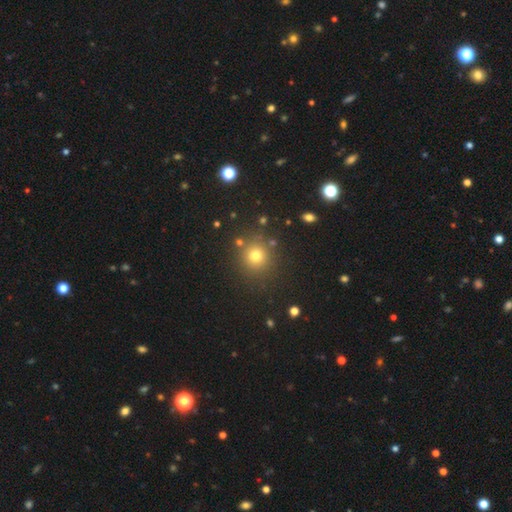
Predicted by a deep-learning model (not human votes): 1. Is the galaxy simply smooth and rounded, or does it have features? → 75% smooth, 18% star or artifact, 7% featured or disk.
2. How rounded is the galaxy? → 92% round, 7% in between, 1% cigar-shaped.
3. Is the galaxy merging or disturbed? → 85% none, 8% minor disturbance, 5% merger, 3% major disturbance.